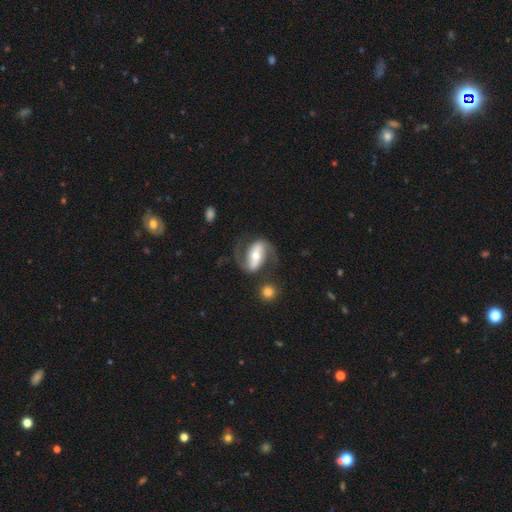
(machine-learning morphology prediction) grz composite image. It shows a featured or disk galaxy (82%) with a strong bar (55%), 2 (91%) medium (46%) spiral arms (93%) and a moderate central bulge (62%). Merging: none (68%).